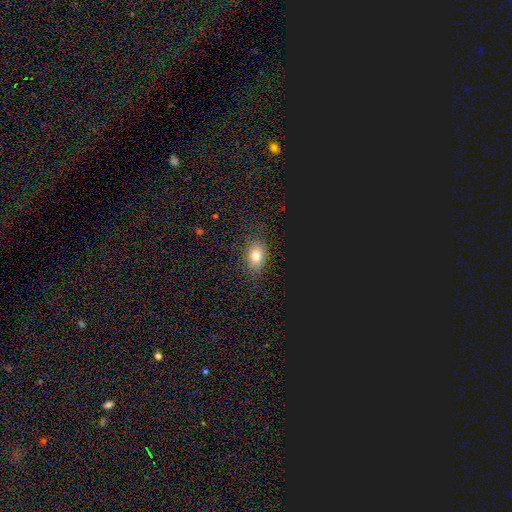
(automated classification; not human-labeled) Overall: smooth (73%). How rounded: in between (73%). Merging: none (83%).